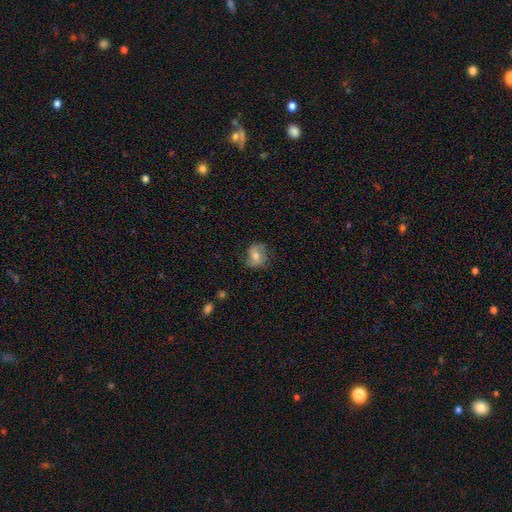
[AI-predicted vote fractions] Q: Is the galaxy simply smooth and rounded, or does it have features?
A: smooth — 61%.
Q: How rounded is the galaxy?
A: round — 61%.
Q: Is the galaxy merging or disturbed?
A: none — 69%.